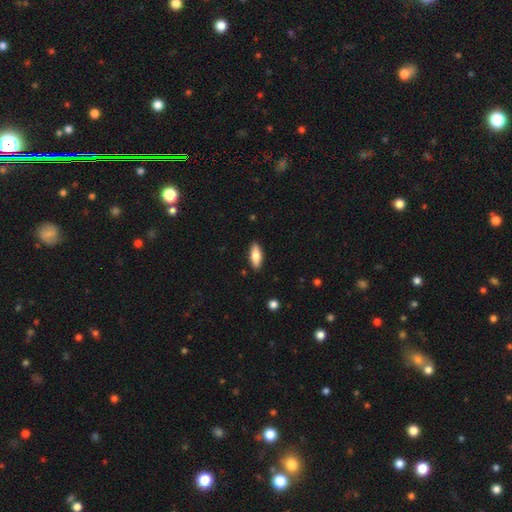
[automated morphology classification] Smooth or featured? Predicted: smooth (p=0.75). How rounded? Predicted: in between (p=0.71). Merging? Predicted: none (p=0.89).